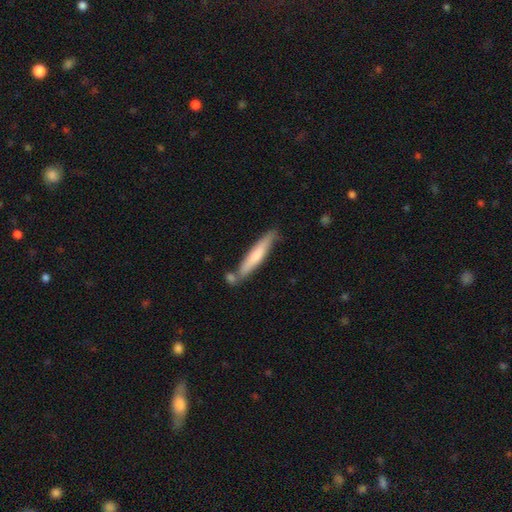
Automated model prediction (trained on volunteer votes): smooth-or-featured: smooth: 65% | featured or disk: 30% | star or artifact: 5%
  how-rounded: cigar-shaped: 91% | in between: 8% | round: 1%
  merging: none: 67% | minor disturbance: 15% | merger: 14% | major disturbance: 3%